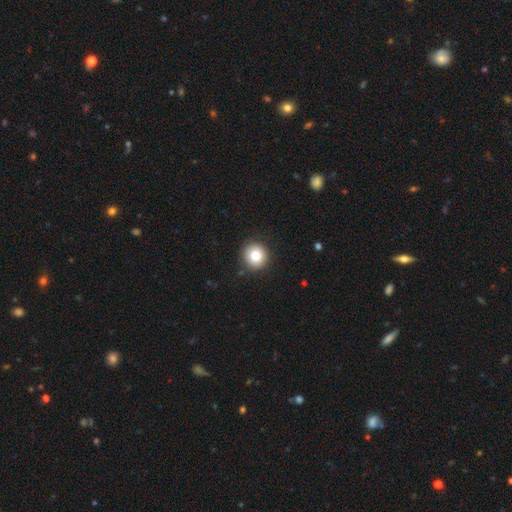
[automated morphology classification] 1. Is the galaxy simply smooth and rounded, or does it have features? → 81% smooth, 10% star or artifact, 9% featured or disk.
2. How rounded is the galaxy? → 94% round, 5% in between, 1% cigar-shaped.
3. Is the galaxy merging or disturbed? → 91% none, 6% minor disturbance, 2% major disturbance, 1% merger.